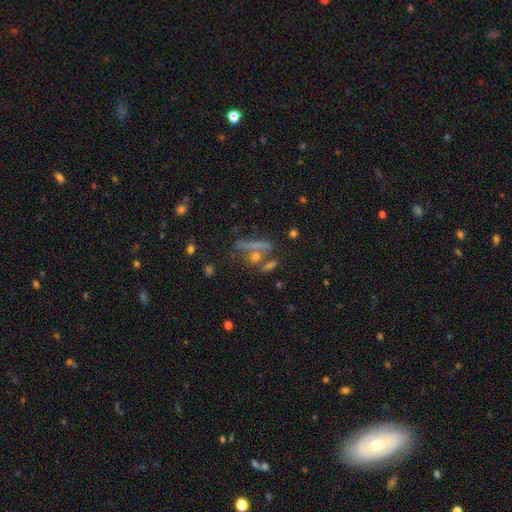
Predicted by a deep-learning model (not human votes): This is marginally a featured or disk galaxy (41%). Merging: possibly none (48%).